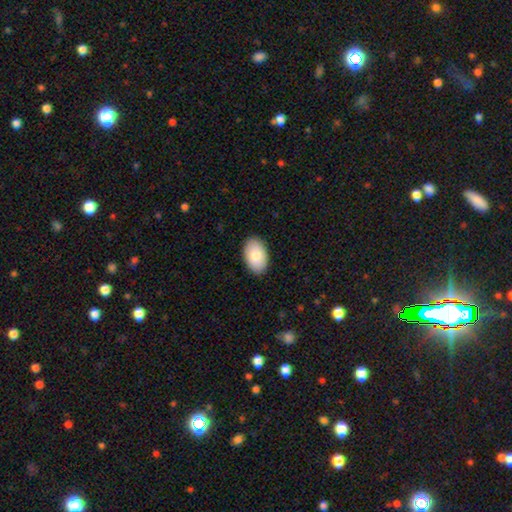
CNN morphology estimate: The model was most divided on "smooth or featured": smooth: 87%, featured or disk: 7%, star or artifact: 6%. More confident: how rounded — in between (94%); merging — none (90%).